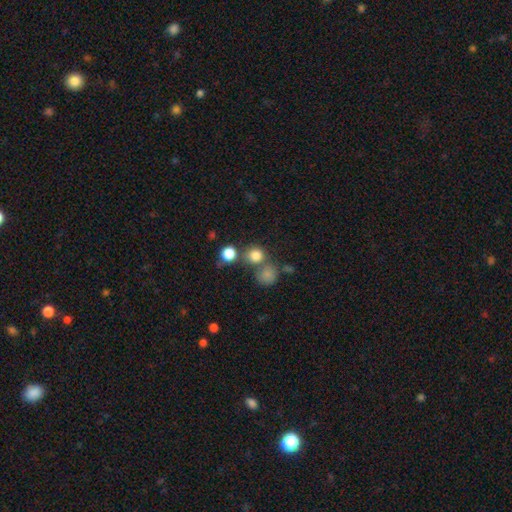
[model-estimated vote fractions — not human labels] The model was most divided on "merging": none: 60%, merger: 27%, minor disturbance: 9%, major disturbance: 4%. More confident: how rounded — round (87%); smooth or featured — smooth (79%).